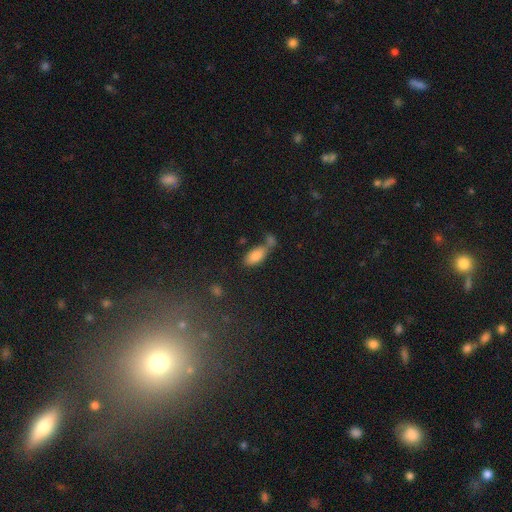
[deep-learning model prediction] A smooth galaxy with no disk features (82%) that is in between round and cigar-shaped (91%). Merging: none (47%).